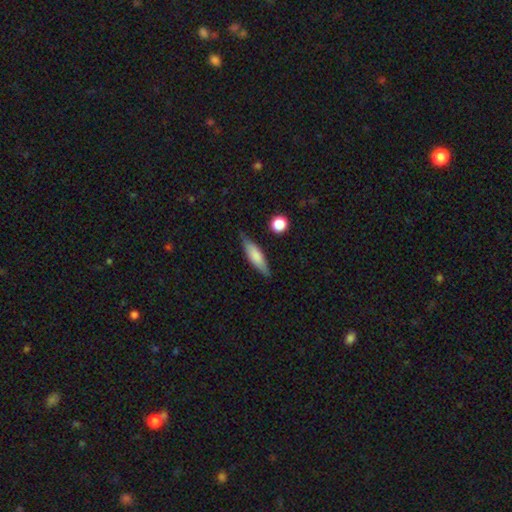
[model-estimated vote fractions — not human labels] Overall: smooth (70%). How rounded: cigar-shaped (57%; in between 41%). Merging: none (75%).